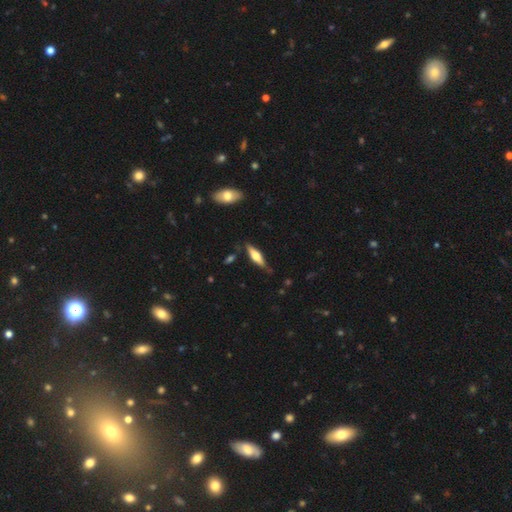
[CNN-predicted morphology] Q: Smooth or featured?
A: featured or disk (50%); runner-up: smooth (44%)
Q: Edge-on disk?
A: yes (92%); runner-up: no (8%)
Q: Merging?
A: none (79%); runner-up: minor disturbance (15%)